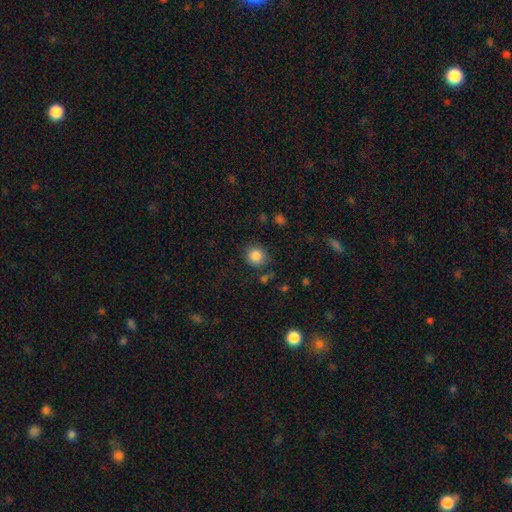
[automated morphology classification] Smooth or featured? Predicted: smooth (p=0.86). How rounded? Predicted: round (p=0.89). Merging? Predicted: none (p=0.81).